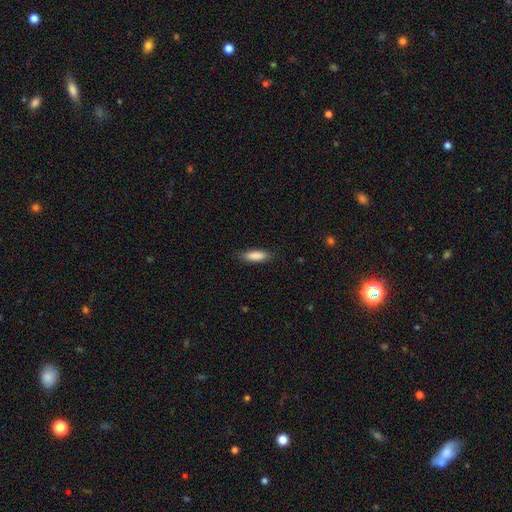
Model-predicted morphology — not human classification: A smooth galaxy with no disk features (88%) that is in between round and cigar-shaped (52%). Merging: none (86%).